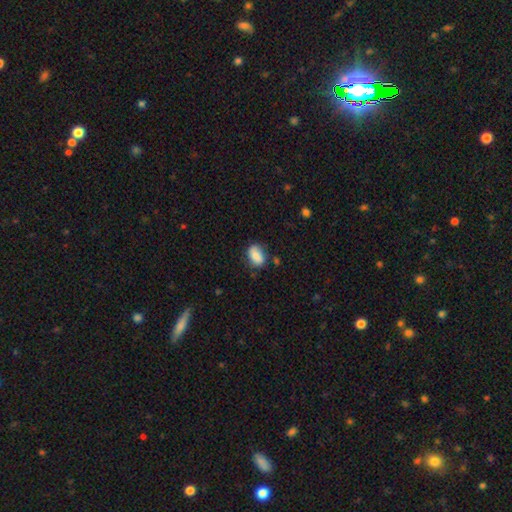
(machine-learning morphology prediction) smooth_or_featured: smooth (p=0.81) [alt: featured or disk p=0.11]
how_rounded: in between (p=0.83) [alt: round p=0.16]
merging: none (p=0.69) [alt: minor disturbance p=0.22]